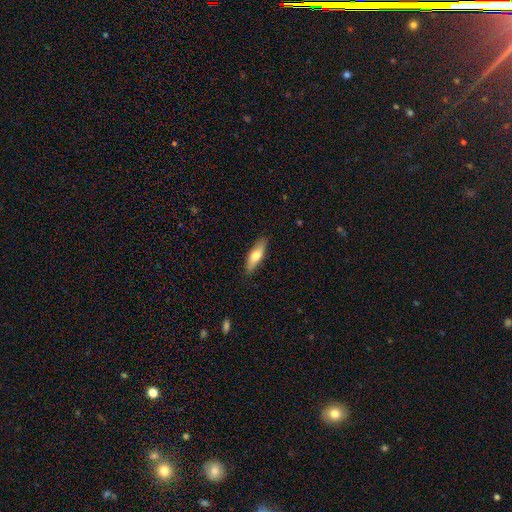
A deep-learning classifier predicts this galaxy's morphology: Smooth or featured? Predicted: smooth (p=0.62). How rounded? Predicted: cigar-shaped (p=0.50). Merging? Predicted: none (p=0.87).